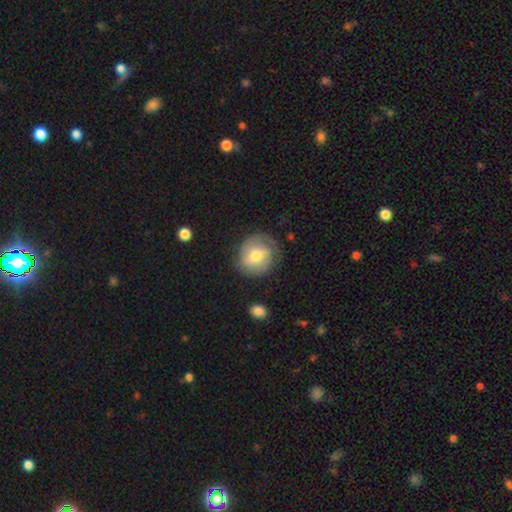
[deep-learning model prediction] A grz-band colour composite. It shows a featured or disk galaxy (49%). Merging: none (71%).